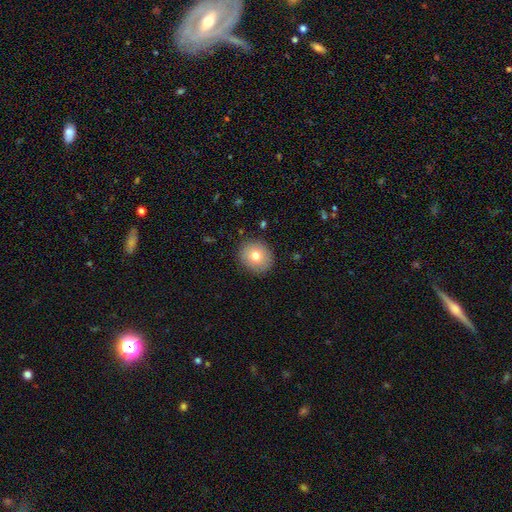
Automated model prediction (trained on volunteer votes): A smooth galaxy with no disk features (75%) that is round (83%). Merging: none (88%).